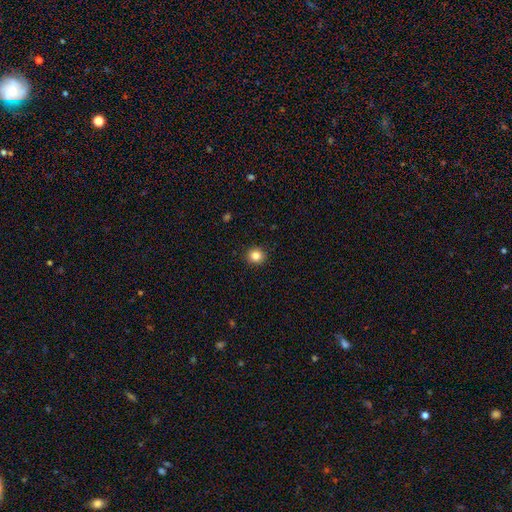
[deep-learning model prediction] A smooth galaxy with no disk features (84%) that is round (88%).

Vote fractions:
- Smooth or featured? smooth: 84% / star or artifact: 11% / featured or disk: 5%
- How rounded? round: 88% / in between: 11% / cigar-shaped: 1%
- Merging? none: 92% / minor disturbance: 5% / major disturbance: 2% / merger: 1%